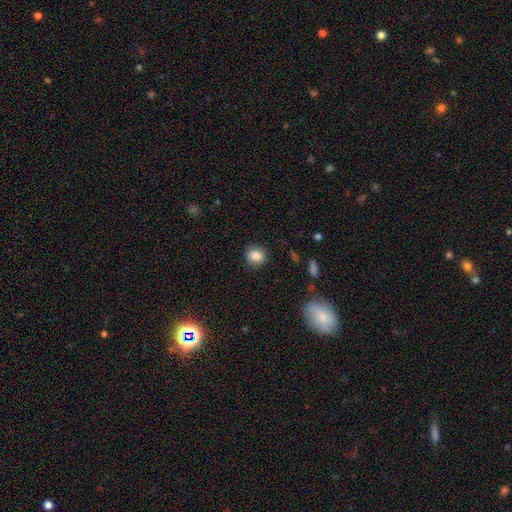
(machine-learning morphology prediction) Smooth or featured?
  - smooth: 84% *
  - star or artifact: 9%
  - featured or disk: 7%
How rounded?
  - round: 74% *
  - in between: 25%
  - cigar-shaped: 1%
Merging?
  - none: 87% *
  - minor disturbance: 9%
  - major disturbance: 3%
  - merger: 1%